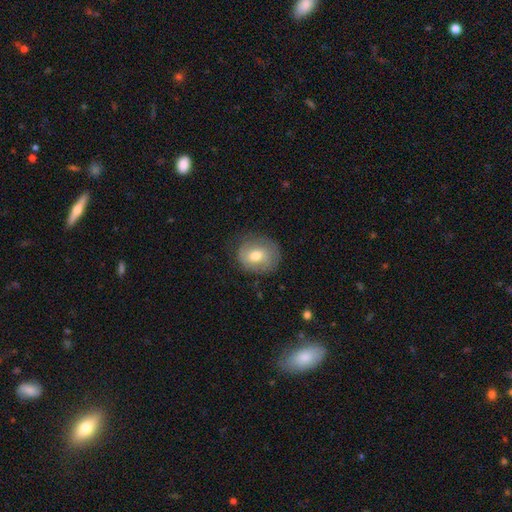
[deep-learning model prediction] smooth_or_featured: smooth (p=0.61) [alt: featured or disk p=0.31]
how_rounded: round (p=0.72) [alt: in between p=0.27]
merging: none (p=0.72) [alt: minor disturbance p=0.20]